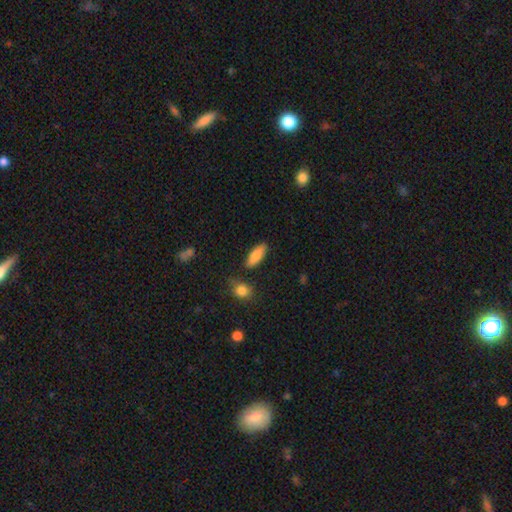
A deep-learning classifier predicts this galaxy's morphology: Smooth or featured: smooth — 85% (featured or disk — 9%)
How rounded: in between — 69% (cigar-shaped — 29%)
Merging: none — 83% (minor disturbance — 11%)